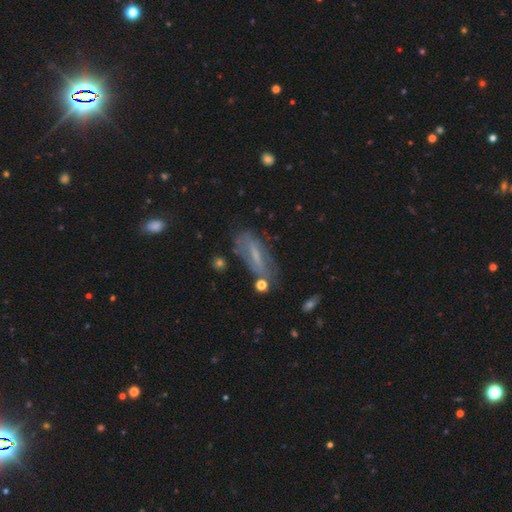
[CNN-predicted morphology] Overall: featured or disk (53%; smooth 37%). Edge-on disk: no (69%; yes 31%). Merging: none (62%; minor disturbance 22%).